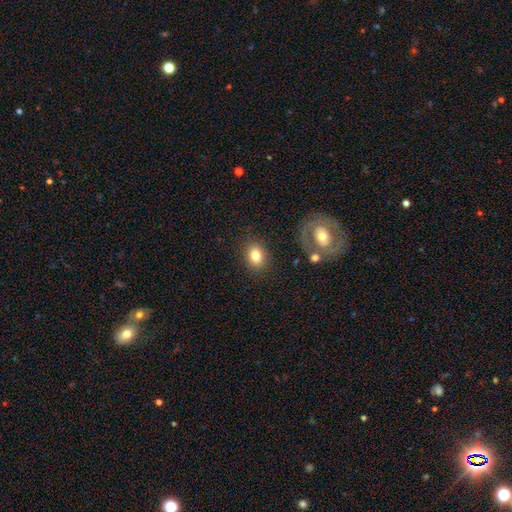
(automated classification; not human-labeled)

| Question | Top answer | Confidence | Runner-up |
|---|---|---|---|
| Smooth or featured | smooth | 79% | featured or disk (12%) |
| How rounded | in between | 62% | round (37%) |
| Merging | none | 83% | minor disturbance (10%) |